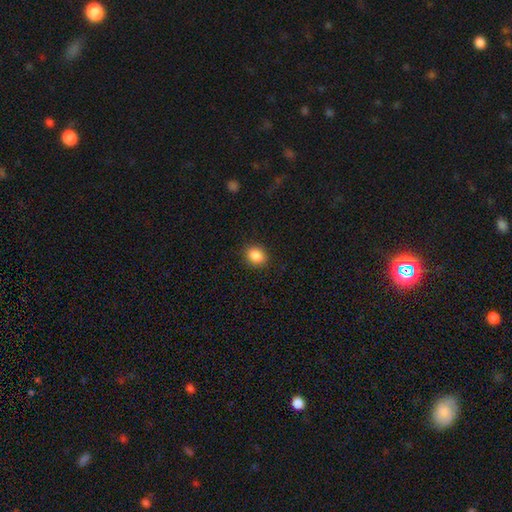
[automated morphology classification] Overall: smooth (88%). How rounded: in between (54%; round 44%). Merging: none (88%).